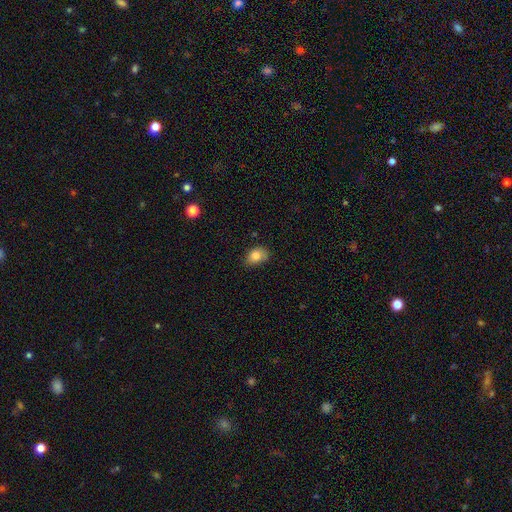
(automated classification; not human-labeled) Smooth or featured: smooth — 82% (star or artifact — 9%)
How rounded: in between — 74% (round — 25%)
Merging: none — 65% (minor disturbance — 28%)